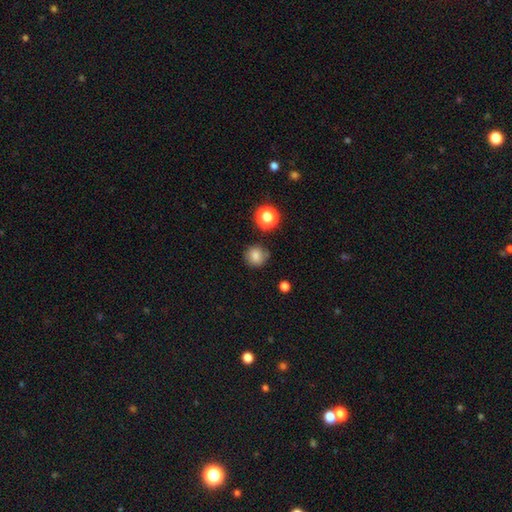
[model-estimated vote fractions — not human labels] This is clearly a smooth galaxy (82%). How rounded: clearly round (91%). Merging: likely none (79%).